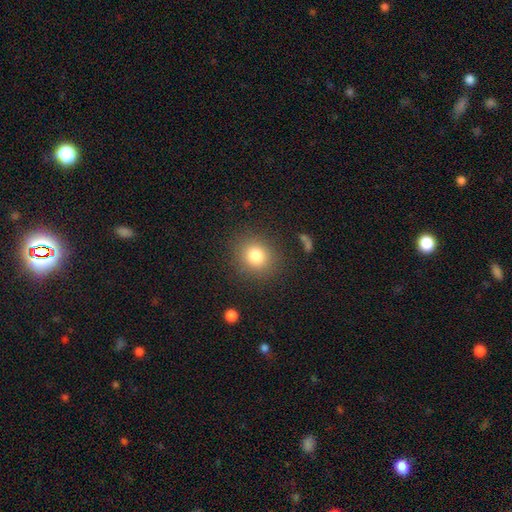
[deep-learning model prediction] Smooth or featured?
  - smooth: 81% *
  - star or artifact: 12%
  - featured or disk: 8%
How rounded?
  - round: 84% *
  - in between: 15%
  - cigar-shaped: 1%
Merging?
  - none: 86% *
  - minor disturbance: 8%
  - major disturbance: 4%
  - merger: 2%